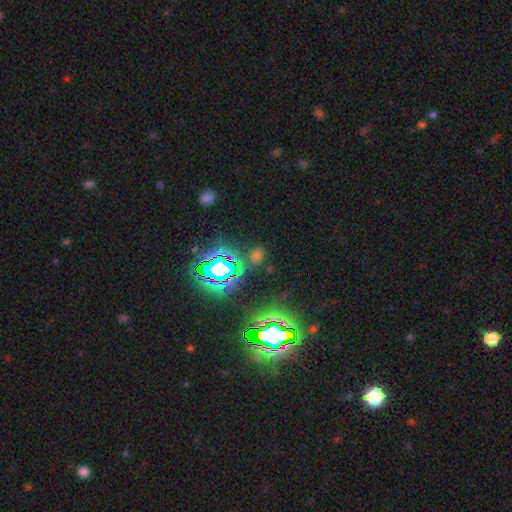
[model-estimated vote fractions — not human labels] smooth_or_featured: star or artifact (p=0.50) [alt: smooth p=0.43]